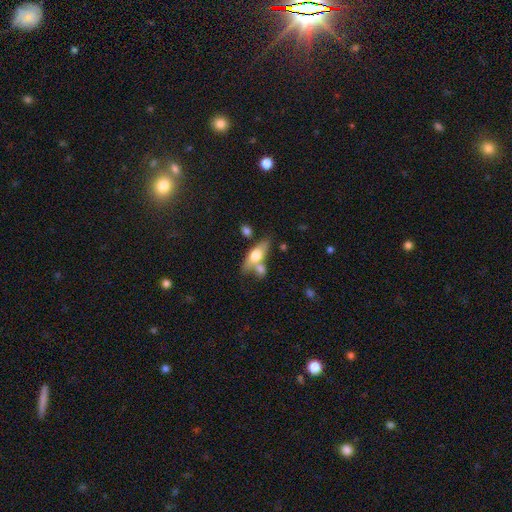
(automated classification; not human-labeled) Smooth or featured? Predicted: smooth (p=0.56). How rounded? Predicted: in between (p=0.60). Merging? Predicted: none (p=0.52).